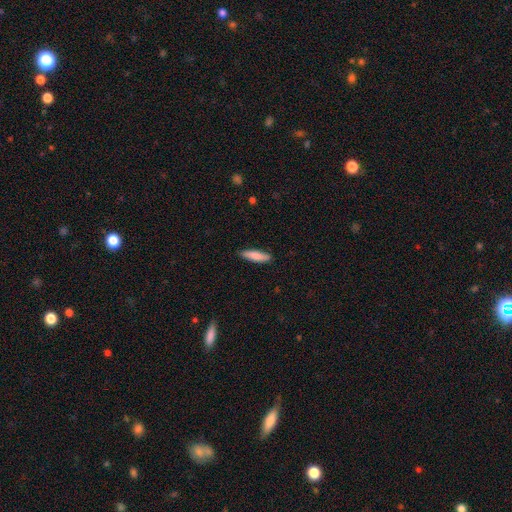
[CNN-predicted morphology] A smooth galaxy with no disk features (80%) that is cigar-shaped (70%). Merging: none (86%).